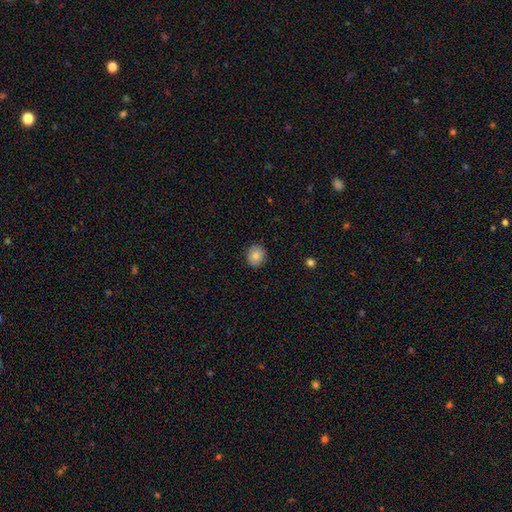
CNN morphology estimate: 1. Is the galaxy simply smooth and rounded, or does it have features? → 85% smooth, 9% star or artifact, 6% featured or disk.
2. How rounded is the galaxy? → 72% round, 27% in between, 1% cigar-shaped.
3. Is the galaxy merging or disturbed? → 88% none, 9% minor disturbance, 2% major disturbance, 1% merger.